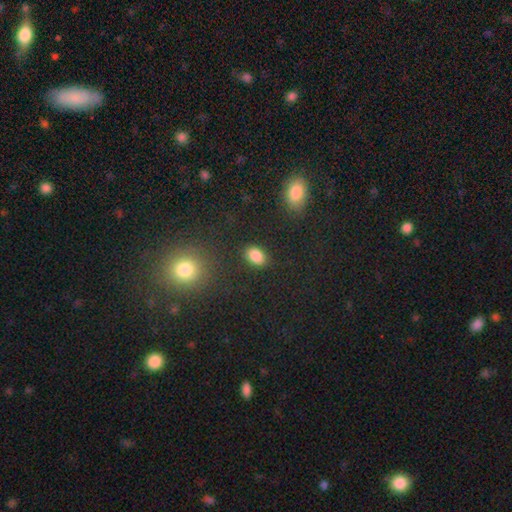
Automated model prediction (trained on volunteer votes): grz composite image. It shows a smooth galaxy with no disk features (85%) that is in between round and cigar-shaped (82%). Merging: none (85%).